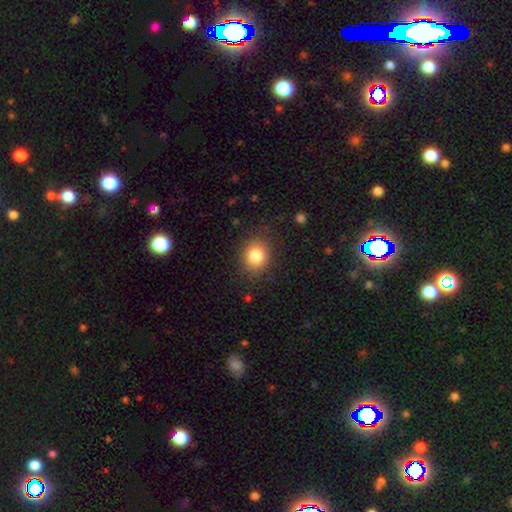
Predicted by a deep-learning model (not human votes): Smooth or featured?
  - smooth: 83% *
  - star or artifact: 10%
  - featured or disk: 7%
How rounded?
  - round: 68% *
  - in between: 31%
  - cigar-shaped: 1%
Merging?
  - none: 85% *
  - minor disturbance: 10%
  - major disturbance: 3%
  - merger: 1%